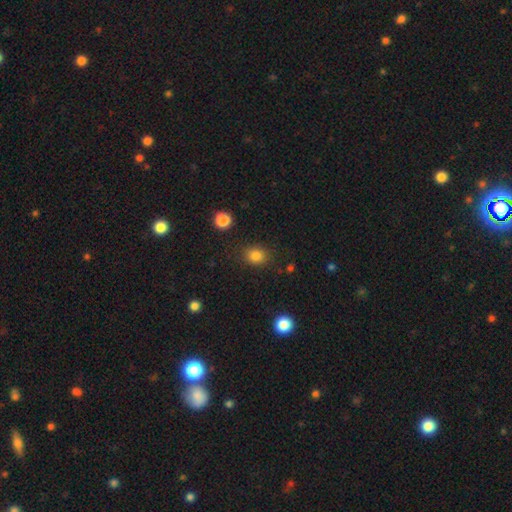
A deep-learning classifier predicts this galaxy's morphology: Smooth or featured?
  - smooth: 84% *
  - star or artifact: 12%
  - featured or disk: 5%
How rounded?
  - round: 58% *
  - in between: 41%
  - cigar-shaped: 1%
Merging?
  - none: 85% *
  - minor disturbance: 10%
  - major disturbance: 3%
  - merger: 2%